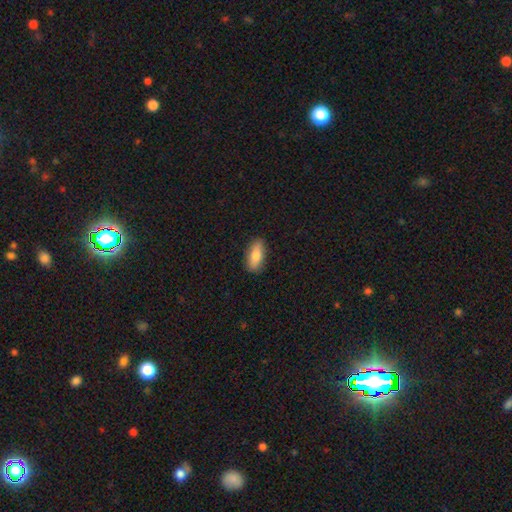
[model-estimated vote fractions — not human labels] Q: Smooth or featured?
A: smooth (80%); runner-up: featured or disk (14%)
Q: How rounded?
A: in between (80%); runner-up: cigar-shaped (17%)
Q: Merging?
A: none (88%); runner-up: minor disturbance (9%)